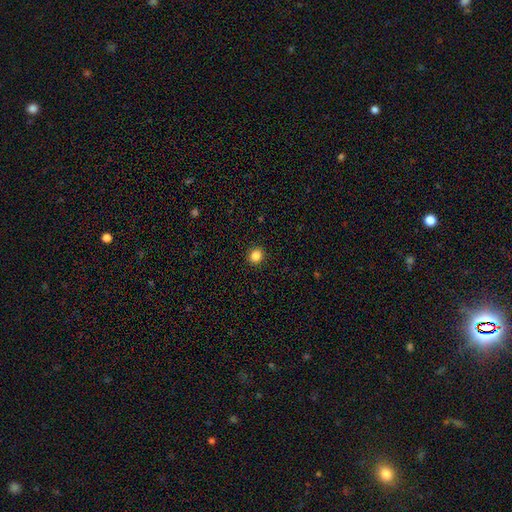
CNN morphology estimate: Overall: smooth (85%). How rounded: round (84%). Merging: none (92%).